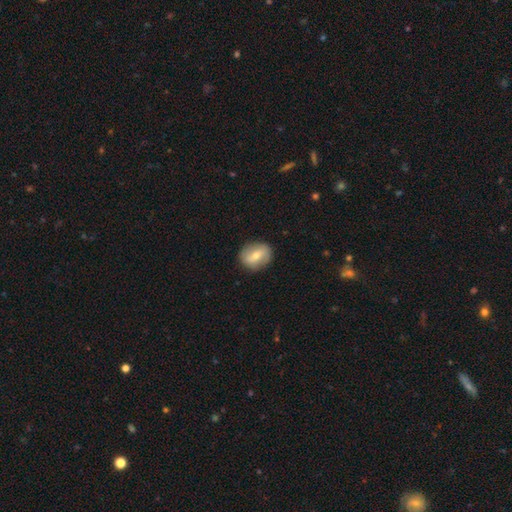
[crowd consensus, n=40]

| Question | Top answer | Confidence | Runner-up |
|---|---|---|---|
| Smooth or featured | featured or disk | 50% | smooth (45%) |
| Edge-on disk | no | 90% | yes (10%) |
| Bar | no | 61% | weak (33%) |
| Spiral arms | no | 83% | yes (17%) |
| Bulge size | moderate | 56% | small (44%) |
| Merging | none | 95% | minor disturbance (3%) |